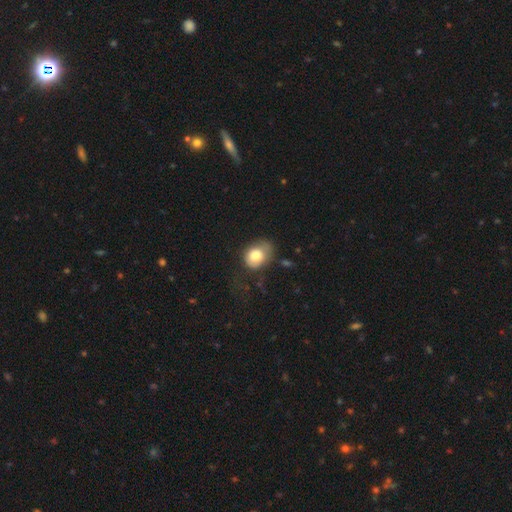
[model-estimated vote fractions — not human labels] A smooth galaxy with no disk features (77%) that is in between round and cigar-shaped (51%). Merging: none (41%).